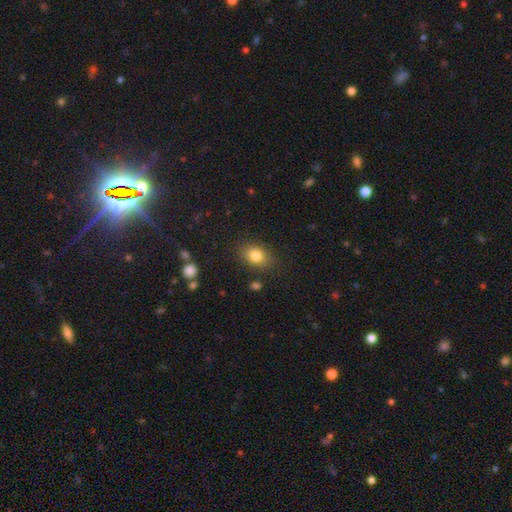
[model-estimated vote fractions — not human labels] This appears to be a smooth galaxy with no disk features (82%) that is in between round and cigar-shaped (67%). Merging: none (83%).